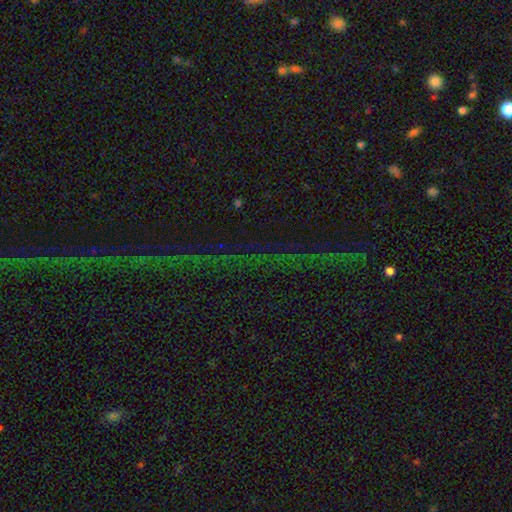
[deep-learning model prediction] Smooth or featured? star or artifact (75%)